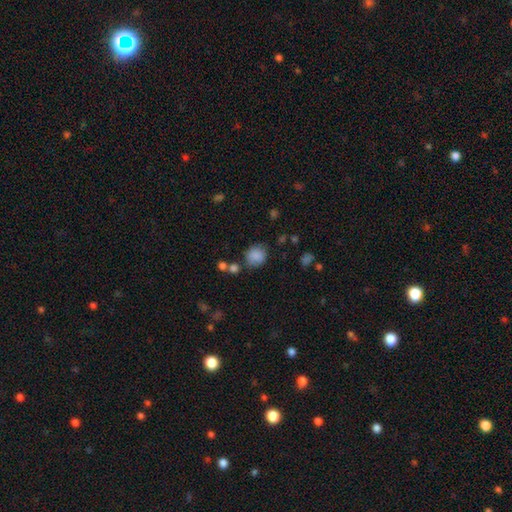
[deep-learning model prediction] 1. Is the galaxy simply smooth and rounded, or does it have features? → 85% smooth, 10% star or artifact, 6% featured or disk.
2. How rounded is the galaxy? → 73% round, 26% in between, 1% cigar-shaped.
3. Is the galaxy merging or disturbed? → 71% none, 17% minor disturbance, 6% merger, 5% major disturbance.